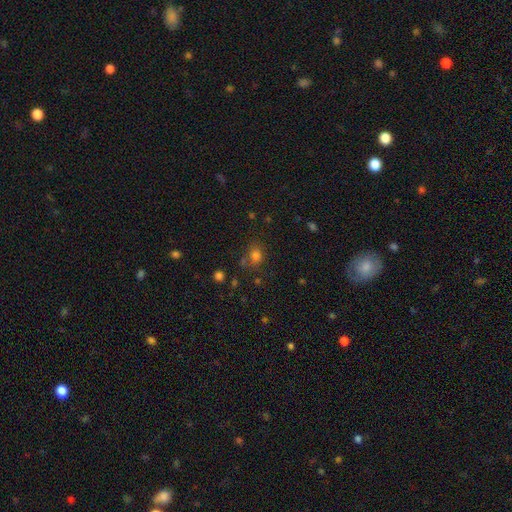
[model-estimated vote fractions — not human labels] Smooth or featured? smooth (75%)
How rounded? round (64%)
Merging? none (66%)